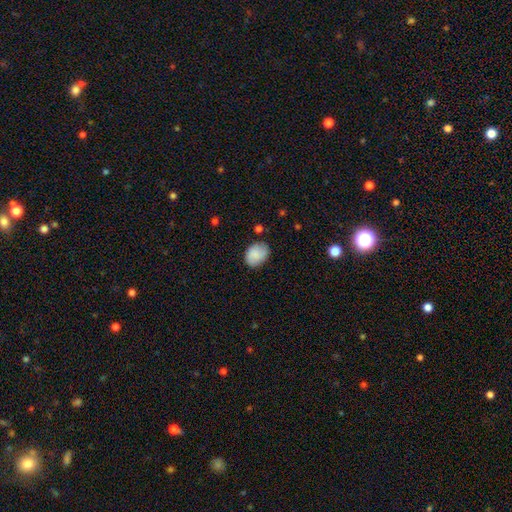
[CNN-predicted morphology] A smooth galaxy with no disk features (85%) that is in between round and cigar-shaped (65%). Merging: none (74%).